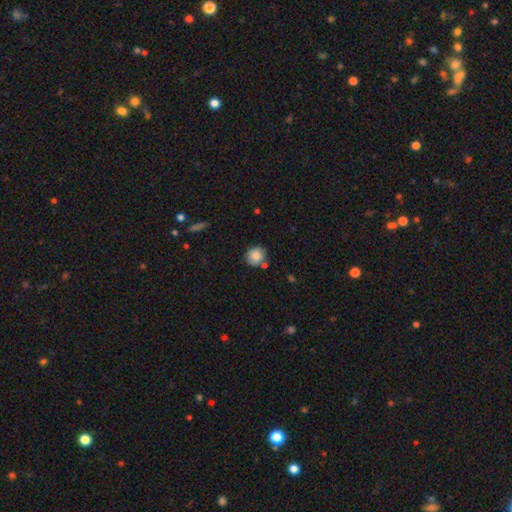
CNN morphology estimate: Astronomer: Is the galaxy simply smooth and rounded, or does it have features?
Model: smooth — 82%.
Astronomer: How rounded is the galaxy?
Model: round — 82%.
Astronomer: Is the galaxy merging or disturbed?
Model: none — 67%.